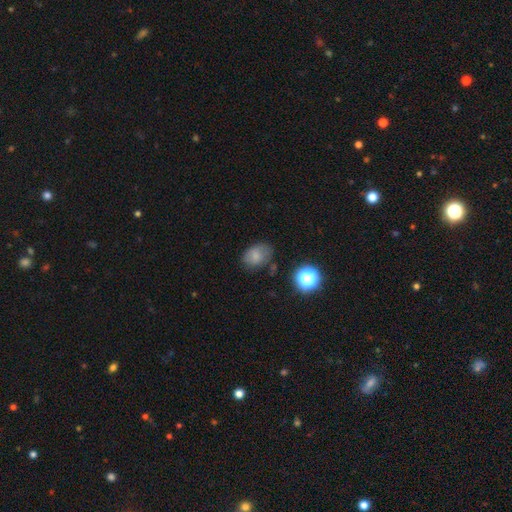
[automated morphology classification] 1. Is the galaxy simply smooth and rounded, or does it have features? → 74% smooth, 13% featured or disk, 13% star or artifact.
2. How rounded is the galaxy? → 73% in between, 26% round, 1% cigar-shaped.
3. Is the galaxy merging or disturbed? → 64% none, 24% minor disturbance, 8% major disturbance, 4% merger.